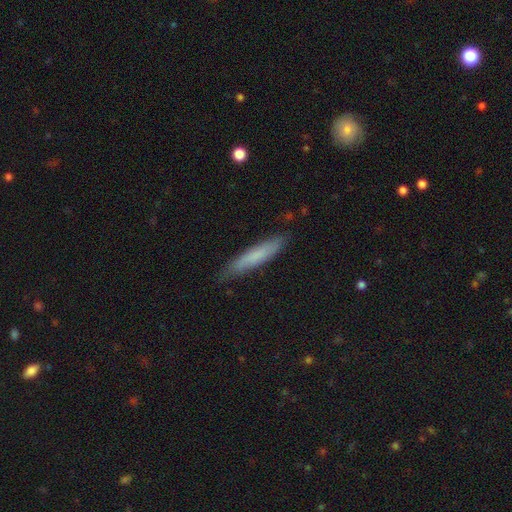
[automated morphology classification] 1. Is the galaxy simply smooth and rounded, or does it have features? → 71% smooth, 23% featured or disk, 6% star or artifact.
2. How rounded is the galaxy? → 89% cigar-shaped, 10% in between, 1% round.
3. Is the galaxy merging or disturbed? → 82% none, 14% minor disturbance, 2% major disturbance, 1% merger.